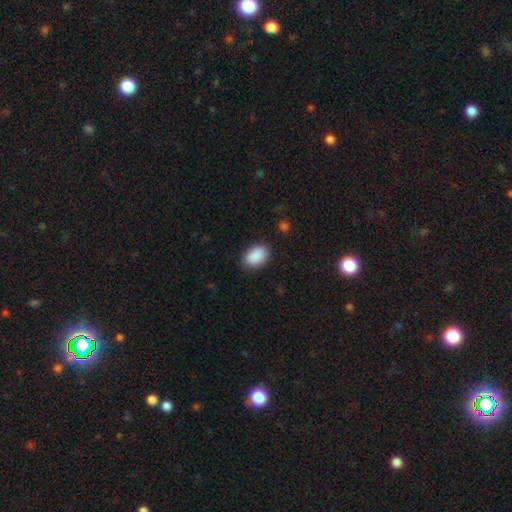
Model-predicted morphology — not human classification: A smooth galaxy with no disk features (90%) that is in between round and cigar-shaped (86%). Merging: none (86%).